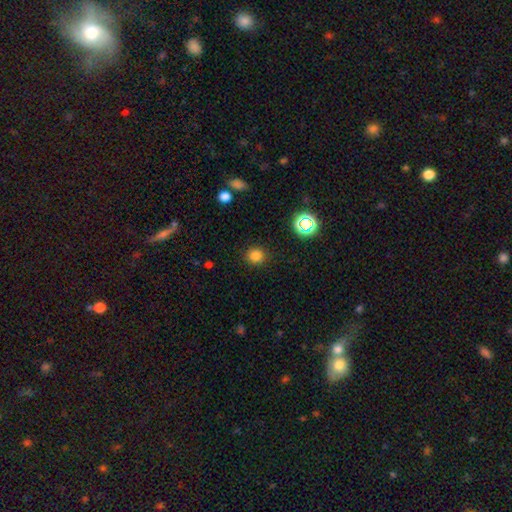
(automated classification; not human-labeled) Smooth or featured: smooth — 80% (star or artifact — 16%)
How rounded: round — 89% (in between — 10%)
Merging: none — 89% (minor disturbance — 7%)